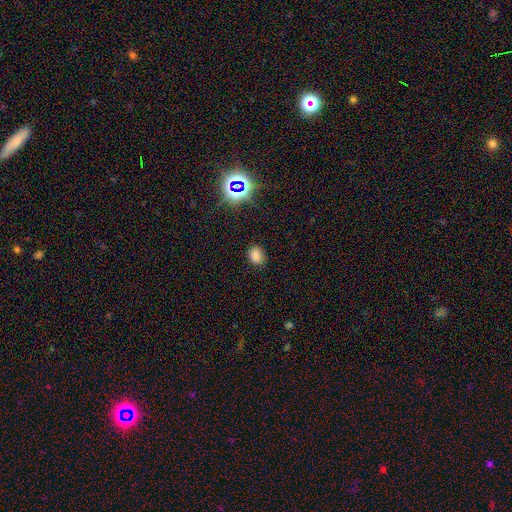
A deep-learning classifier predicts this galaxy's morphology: Q: Smooth or featured?
A: smooth (78%); runner-up: star or artifact (17%)
Q: How rounded?
A: in between (56%); runner-up: round (42%)
Q: Merging?
A: none (84%); runner-up: minor disturbance (12%)